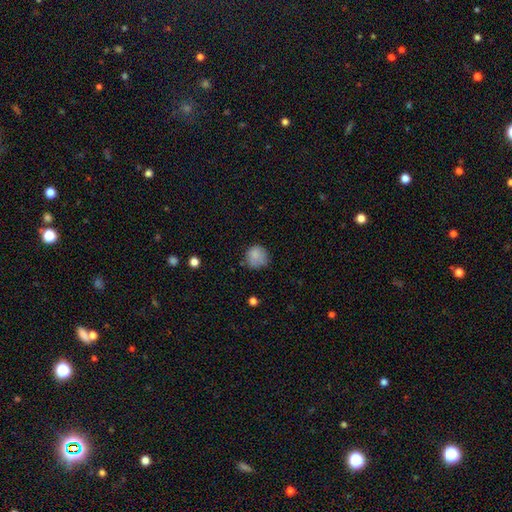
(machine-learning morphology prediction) The model was most divided on "merging": none: 69%, minor disturbance: 23%, major disturbance: 5%, merger: 2%. More confident: how rounded — round (89%); smooth or featured — smooth (84%).